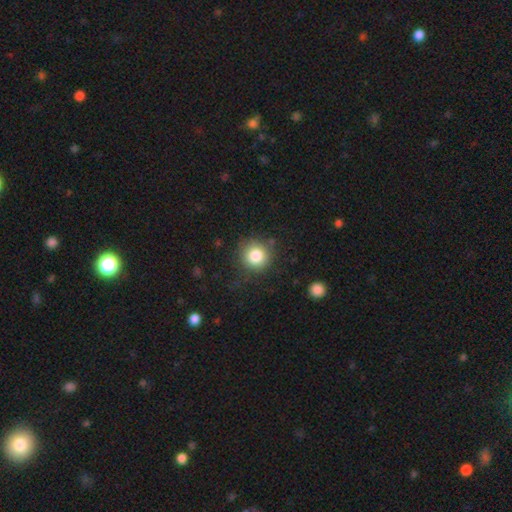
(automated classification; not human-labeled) smooth_or_featured: smooth (p=0.82) [alt: star or artifact p=0.10]
how_rounded: round (p=0.93) [alt: in between p=0.06]
merging: none (p=0.83) [alt: minor disturbance p=0.11]